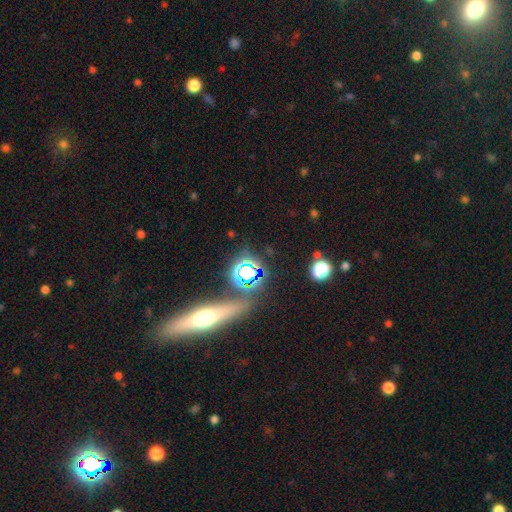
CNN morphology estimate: Q: Smooth or featured?
A: featured or disk (50%); runner-up: smooth (29%)
Q: Edge-on disk?
A: yes (85%); runner-up: no (15%)
Q: Merging?
A: none (79%); runner-up: minor disturbance (9%)